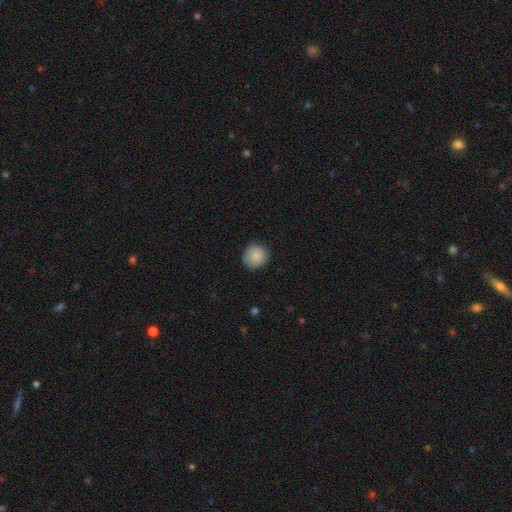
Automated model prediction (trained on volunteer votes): Smooth or featured? Predicted: smooth (p=0.89). How rounded? Predicted: round (p=0.91). Merging? Predicted: none (p=0.87).